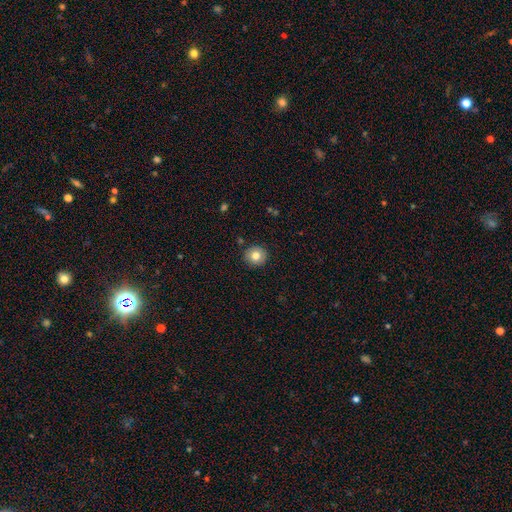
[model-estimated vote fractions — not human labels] Smooth or featured?
  - smooth: 80% *
  - featured or disk: 10%
  - star or artifact: 10%
How rounded?
  - round: 91% *
  - in between: 8%
  - cigar-shaped: 1%
Merging?
  - none: 91% *
  - minor disturbance: 6%
  - major disturbance: 2%
  - merger: 1%